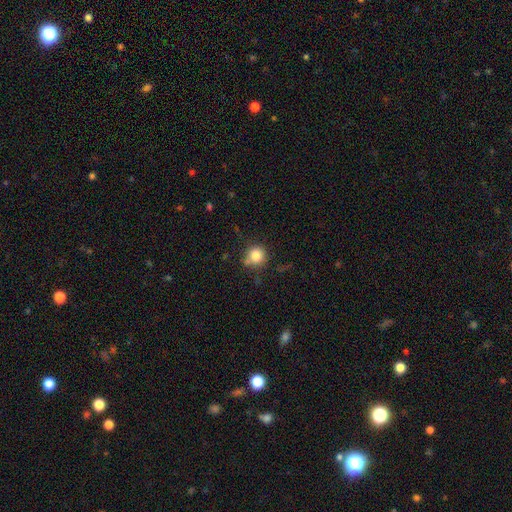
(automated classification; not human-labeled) A smooth galaxy with no disk features (81%) that is round (89%). Merging: none (71%).